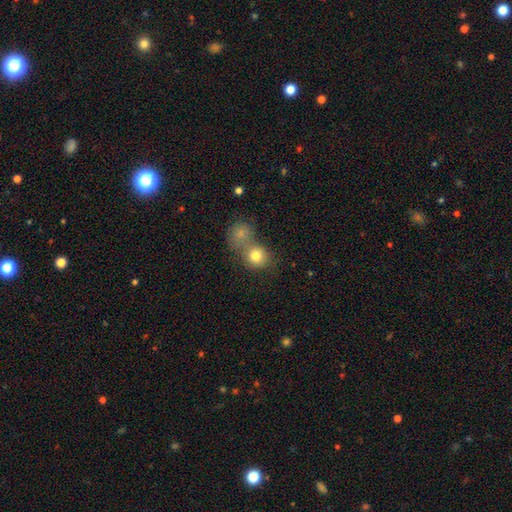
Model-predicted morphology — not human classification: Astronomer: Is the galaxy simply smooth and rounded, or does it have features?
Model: smooth — 80%.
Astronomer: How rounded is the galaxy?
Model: round — 80%.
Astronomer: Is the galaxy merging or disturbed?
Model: merger — 46% (runner-up: none, 42%).